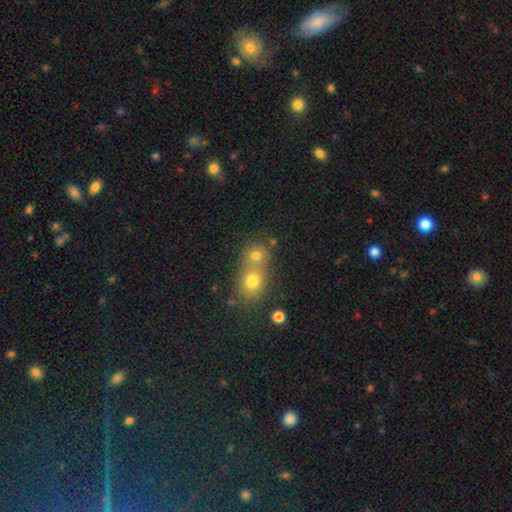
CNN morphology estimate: Smooth or featured? smooth (73%)
How rounded? round (70%)
Merging? merger (56%)